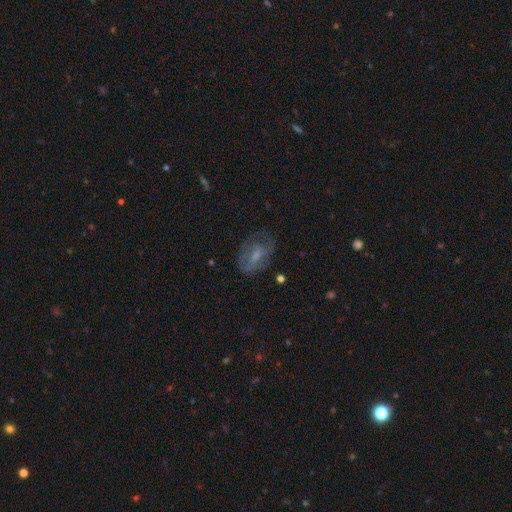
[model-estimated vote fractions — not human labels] Smooth or featured? featured or disk (52%)
Edge-on disk? no (94%)
Merging? none (55%)